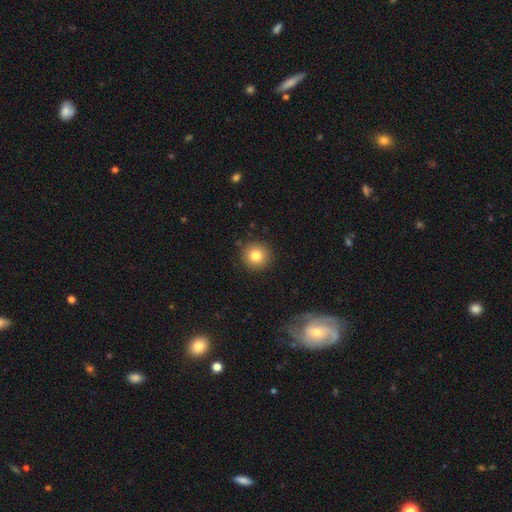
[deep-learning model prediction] Smooth or featured?
  - smooth: 81% *
  - star or artifact: 10%
  - featured or disk: 9%
How rounded?
  - round: 94% *
  - in between: 5%
  - cigar-shaped: 1%
Merging?
  - none: 91% *
  - minor disturbance: 6%
  - major disturbance: 2%
  - merger: 1%